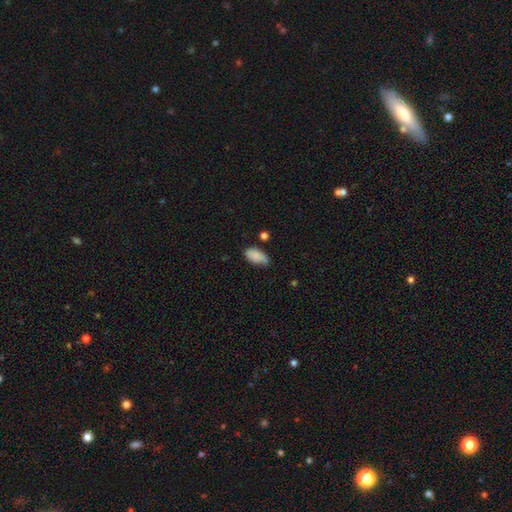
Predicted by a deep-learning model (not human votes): This is likely a smooth galaxy (78%). How rounded: clearly in between (93%). Merging: possibly none (48%).